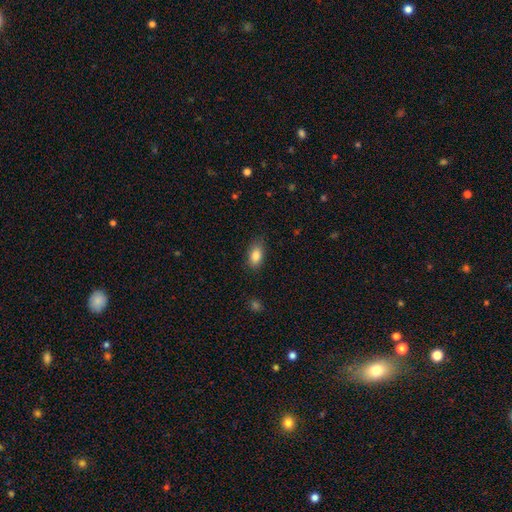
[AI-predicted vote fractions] smooth_or_featured: smooth (p=0.85) [alt: star or artifact p=0.08]
how_rounded: in between (p=0.89) [alt: round p=0.06]
merging: none (p=0.82) [alt: minor disturbance p=0.13]